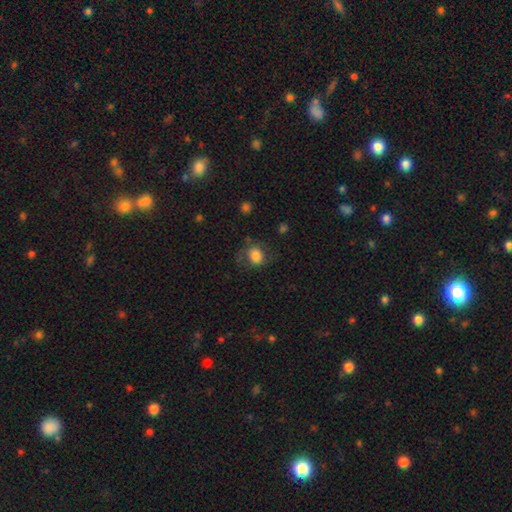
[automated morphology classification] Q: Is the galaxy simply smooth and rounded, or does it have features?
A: smooth — 79%.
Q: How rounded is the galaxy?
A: round — 63%.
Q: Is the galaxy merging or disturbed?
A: none — 61%.